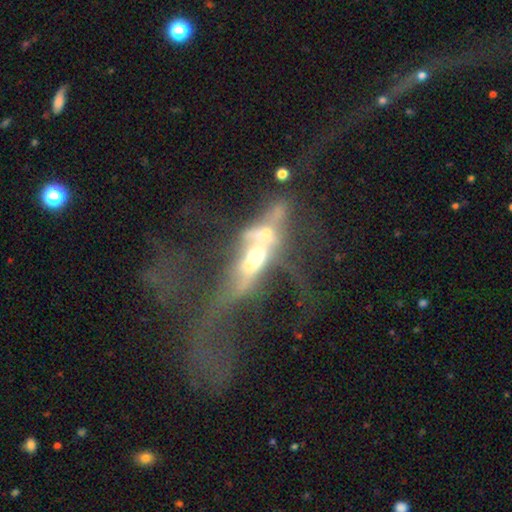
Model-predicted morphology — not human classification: featured or disk 68%, smooth 20%, star or artifact 12%. Down the decision tree: edge-on disk — no (65%); merging — merger (50%).